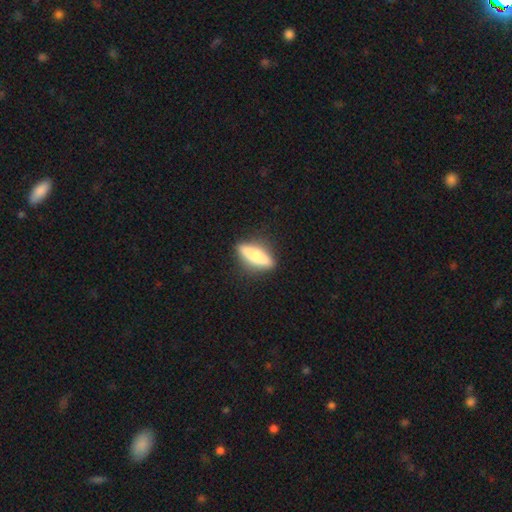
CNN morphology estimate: A smooth galaxy with no disk features (55%) that is cigar-shaped (66%).

Vote fractions:
- Smooth or featured? smooth: 55% / featured or disk: 38% / star or artifact: 6%
- How rounded? cigar-shaped: 66% / in between: 31% / round: 3%
- Merging? none: 88% / minor disturbance: 9% / major disturbance: 2% / merger: 1%